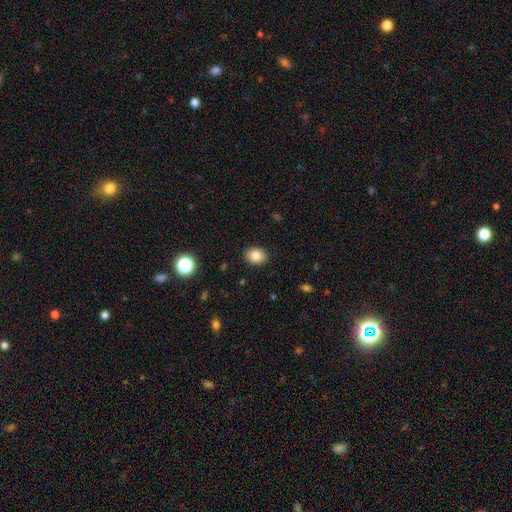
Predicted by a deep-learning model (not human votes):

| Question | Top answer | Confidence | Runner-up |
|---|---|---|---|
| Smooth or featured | smooth | 84% | star or artifact (10%) |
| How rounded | in between | 63% | round (36%) |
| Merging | none | 89% | minor disturbance (8%) |